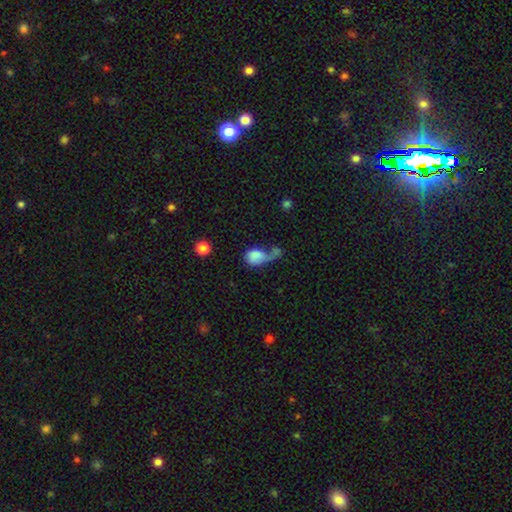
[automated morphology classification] Overall: smooth (69%). How rounded: in between (68%; round 29%). Merging: major disturbance (46%; merger 21%).